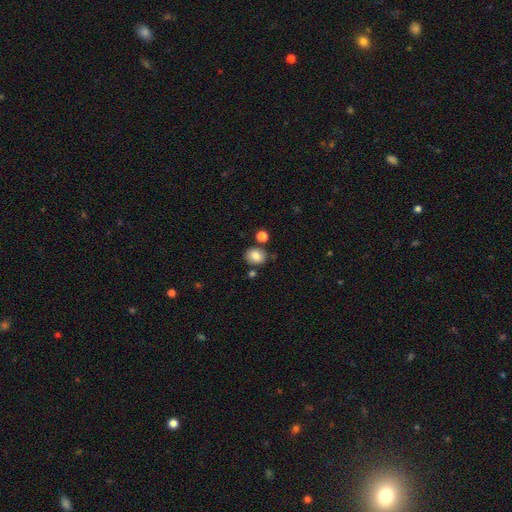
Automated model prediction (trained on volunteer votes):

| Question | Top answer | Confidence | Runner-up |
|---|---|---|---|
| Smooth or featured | smooth | 83% | star or artifact (9%) |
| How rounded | round | 57% | in between (42%) |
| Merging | none | 77% | minor disturbance (11%) |